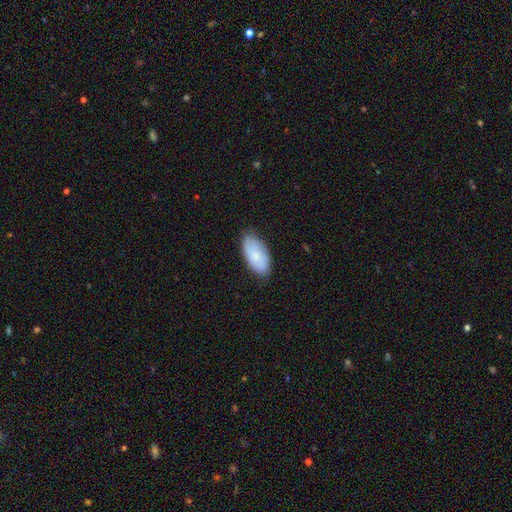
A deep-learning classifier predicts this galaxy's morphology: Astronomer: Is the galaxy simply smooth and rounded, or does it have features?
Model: smooth — 76%.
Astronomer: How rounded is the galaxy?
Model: in between — 94%.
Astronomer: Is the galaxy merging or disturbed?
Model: none — 79%.